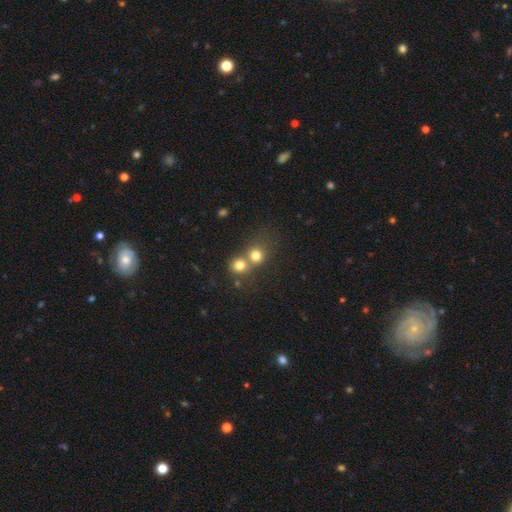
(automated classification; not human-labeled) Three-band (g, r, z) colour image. It shows a smooth galaxy with no disk features (76%) that is round (84%). Merging: merger (51%).